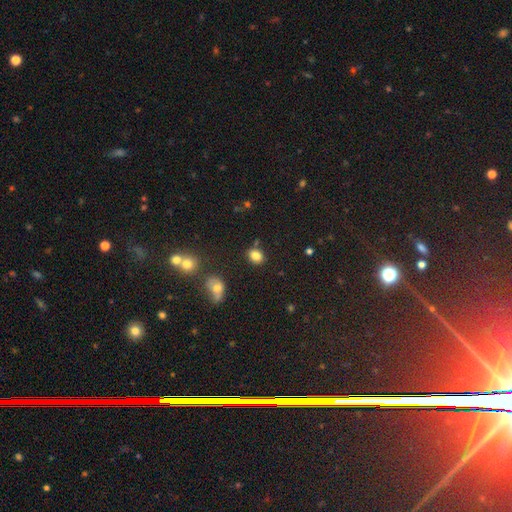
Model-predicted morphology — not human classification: Smooth or featured?
  - smooth: 83% *
  - star or artifact: 11%
  - featured or disk: 6%
How rounded?
  - in between: 55% *
  - round: 44%
  - cigar-shaped: 1%
Merging?
  - none: 80% *
  - minor disturbance: 11%
  - merger: 6%
  - major disturbance: 3%